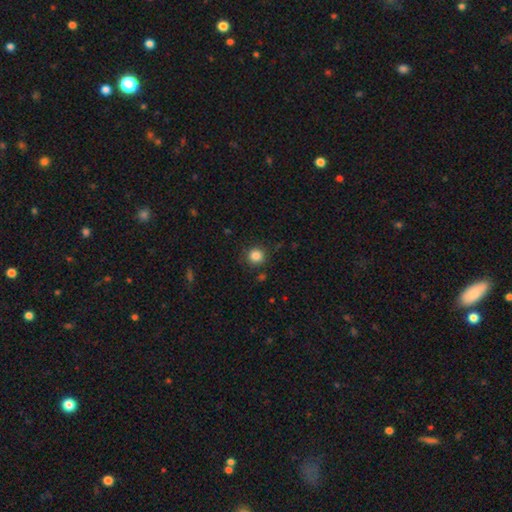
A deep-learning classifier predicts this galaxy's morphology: Smooth or featured: smooth — 85% (star or artifact — 11%)
How rounded: round — 92% (in between — 7%)
Merging: none — 87% (minor disturbance — 9%)